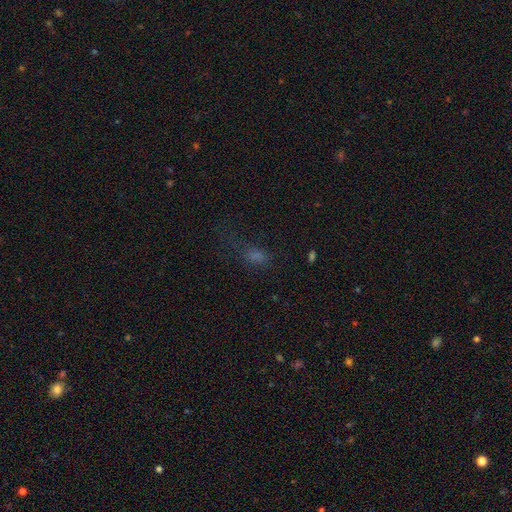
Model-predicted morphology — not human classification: Q: Smooth or featured?
A: smooth (53%); runner-up: star or artifact (34%)
Q: How rounded?
A: in between (68%); runner-up: round (18%)
Q: Merging?
A: none (48%); runner-up: major disturbance (27%)